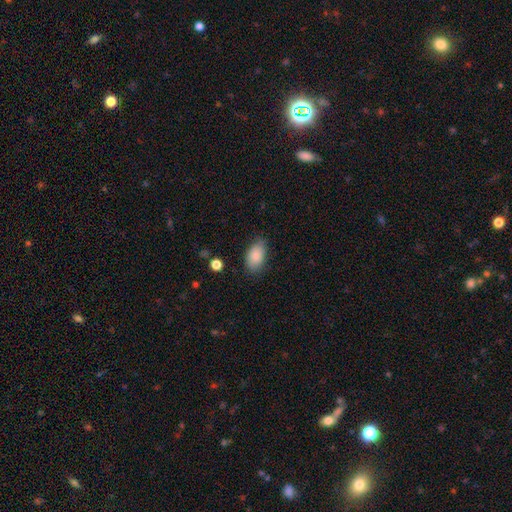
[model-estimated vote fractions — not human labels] The model was most divided on "merging": none: 78%, minor disturbance: 17%, major disturbance: 4%, merger: 1%. More confident: how rounded — in between (92%); smooth or featured — smooth (85%).